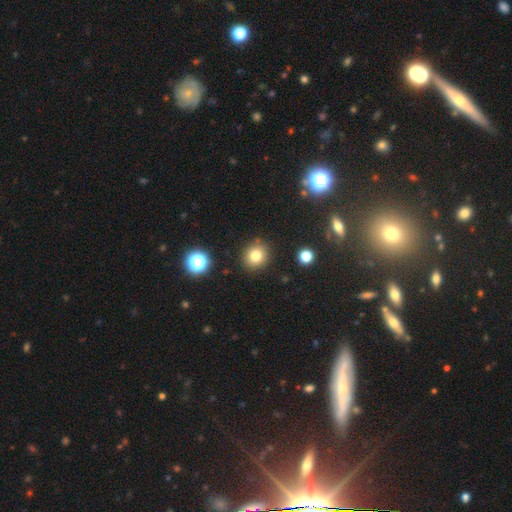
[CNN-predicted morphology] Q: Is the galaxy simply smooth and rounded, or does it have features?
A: smooth — 80%.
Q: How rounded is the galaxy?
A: round — 83%.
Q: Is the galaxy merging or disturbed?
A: none — 88%.